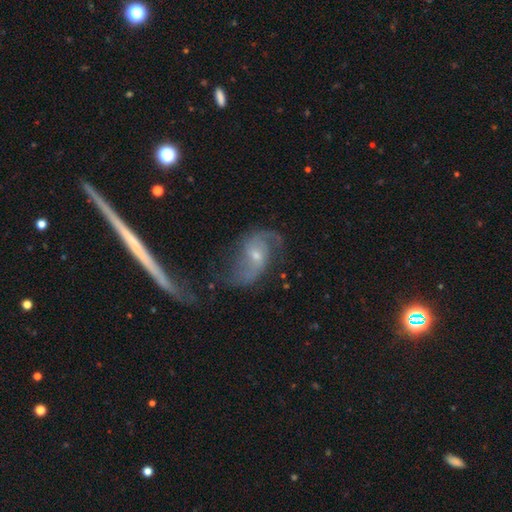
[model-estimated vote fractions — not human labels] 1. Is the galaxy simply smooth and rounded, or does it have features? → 84% featured or disk, 9% smooth, 7% star or artifact.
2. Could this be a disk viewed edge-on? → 96% no, 4% yes.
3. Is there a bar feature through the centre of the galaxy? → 48% no, 40% weak, 12% strong.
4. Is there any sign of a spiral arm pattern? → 94% yes, 6% no.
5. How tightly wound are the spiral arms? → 62% loose, 30% medium, 9% tight.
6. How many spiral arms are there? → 86% 2, 5% can't tell, 4% 1, 2% 3, 1% 4, 1% more than 4.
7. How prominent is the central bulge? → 61% small, 33% moderate, 3% none, 2% large, 1% dominant.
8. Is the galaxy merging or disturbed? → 51% none, 22% major disturbance, 19% minor disturbance, 8% merger.